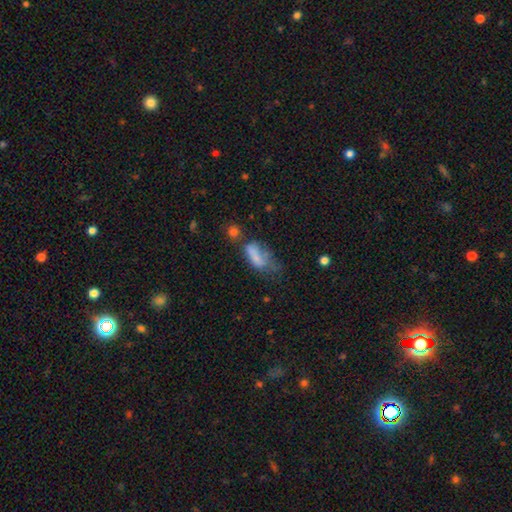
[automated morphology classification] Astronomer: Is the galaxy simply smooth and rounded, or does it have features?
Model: smooth — 67%.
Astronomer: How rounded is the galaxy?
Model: in between — 79%.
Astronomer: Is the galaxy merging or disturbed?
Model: major disturbance — 39% (runner-up: minor disturbance, 25%).